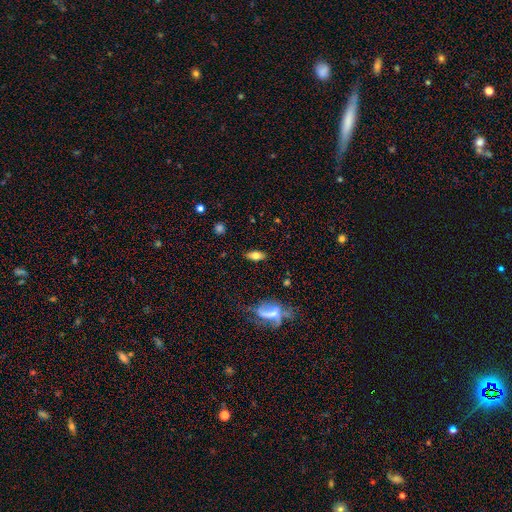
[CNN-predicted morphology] This is likely a smooth galaxy (67%). How rounded: clearly in between (84%). Merging: clearly none (85%).